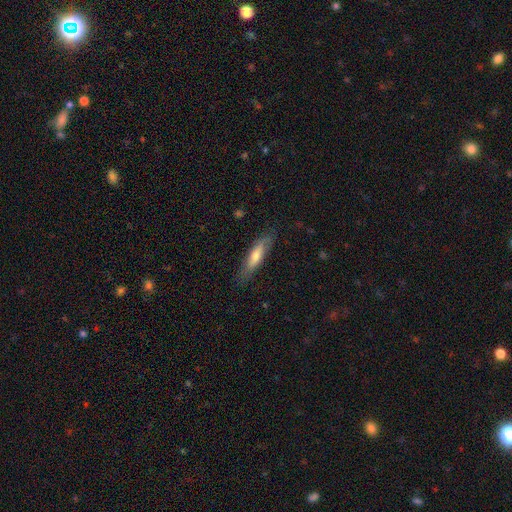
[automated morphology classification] Smooth or featured? smooth (62%)
How rounded? cigar-shaped (72%)
Merging? none (78%)